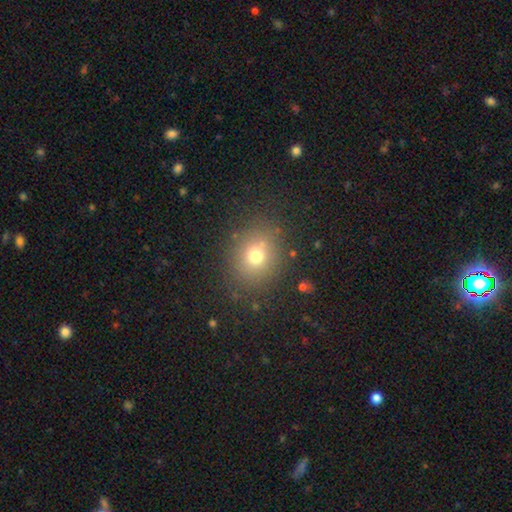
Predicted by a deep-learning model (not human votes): This appears to be a smooth galaxy with no disk features (71%) that is round (73%). Merging: none (81%).